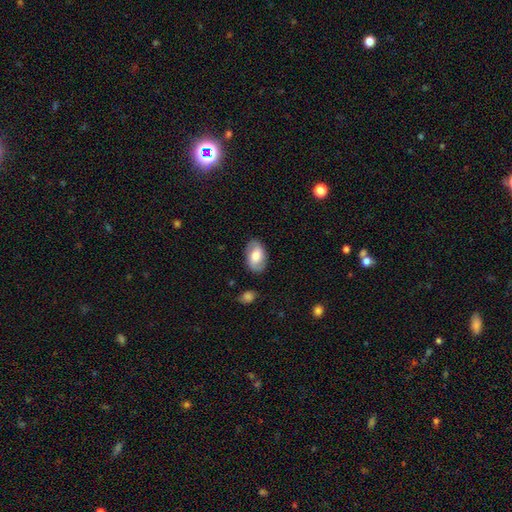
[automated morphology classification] A smooth galaxy with no disk features (62%) that is in between round and cigar-shaped (91%). Merging: none (82%).